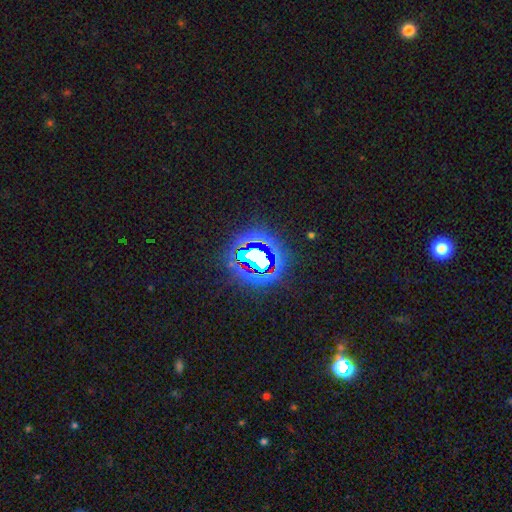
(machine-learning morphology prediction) Overall: star or artifact (70%).